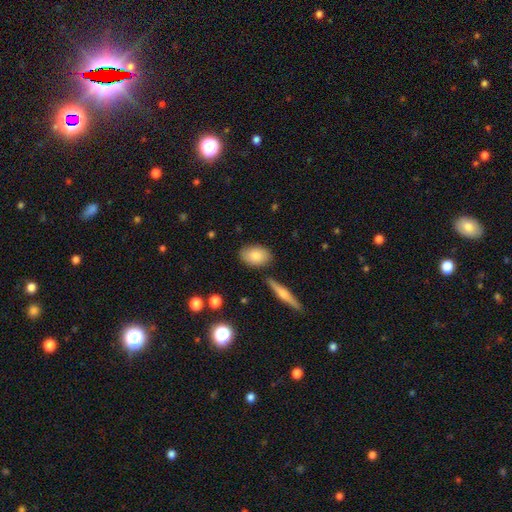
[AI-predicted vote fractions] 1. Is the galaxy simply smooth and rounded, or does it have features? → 81% smooth, 13% featured or disk, 6% star or artifact.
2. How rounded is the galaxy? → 85% in between, 12% round, 3% cigar-shaped.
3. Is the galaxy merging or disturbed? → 79% none, 13% minor disturbance, 4% merger, 3% major disturbance.